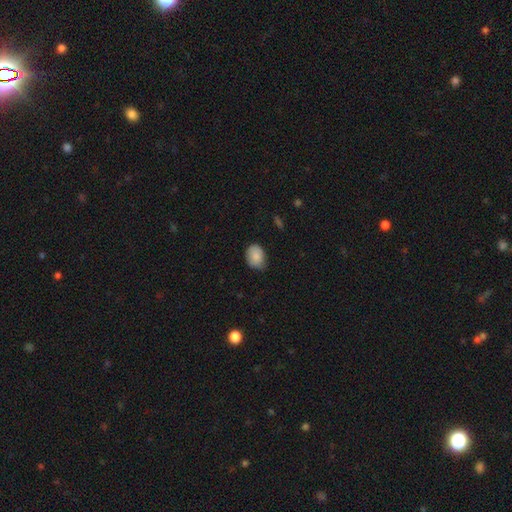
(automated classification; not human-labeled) Smooth or featured? smooth (85%)
How rounded? in between (65%)
Merging? none (62%)